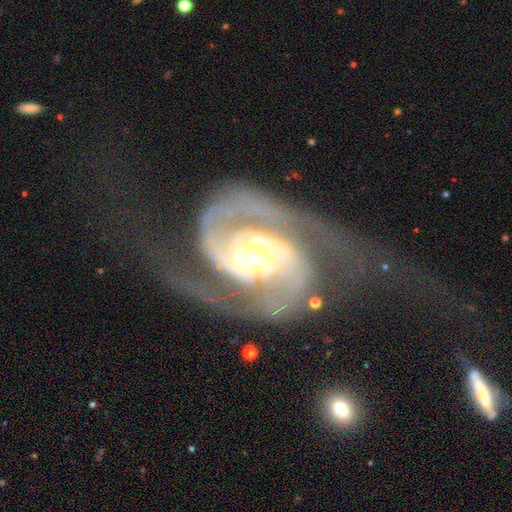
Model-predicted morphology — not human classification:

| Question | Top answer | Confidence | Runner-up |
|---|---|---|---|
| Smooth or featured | featured or disk | 93% | star or artifact (4%) |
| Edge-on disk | no | 98% | yes (2%) |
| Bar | no | 53% | weak (31%) |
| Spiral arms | yes | 98% | no (2%) |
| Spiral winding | medium | 49% | tight (39%) |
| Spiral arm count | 2 | 83% | 3 (6%) |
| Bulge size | moderate | 65% | large (22%) |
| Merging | none | 61% | major disturbance (19%) |